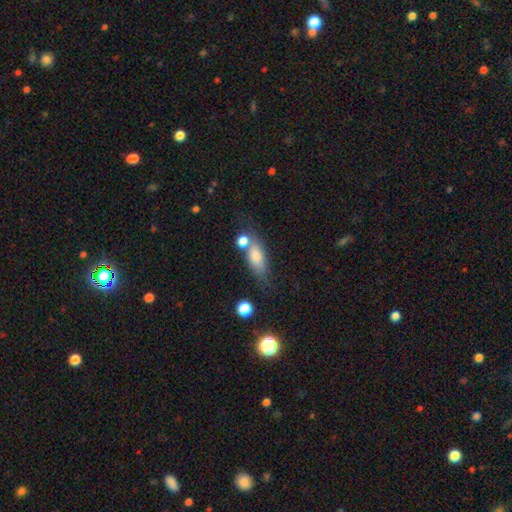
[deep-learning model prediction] smooth 74%, featured or disk 16%, star or artifact 10%. Down the decision tree: how rounded — in between (71%); merging — none (53%).